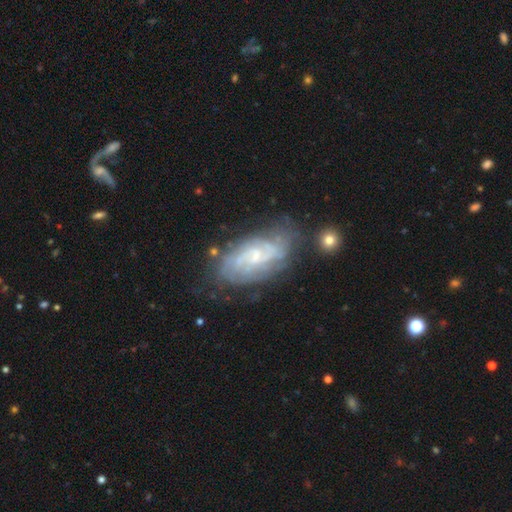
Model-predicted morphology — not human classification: smooth-or-featured: featured or disk: 77% | smooth: 15% | star or artifact: 8%
  disk-edge-on: no: 94% | yes: 6%
    bar: no: 54% | weak: 38% | strong: 7%
    has-spiral-arms: yes: 88% | no: 12%
      spiral-winding: tight: 56% | medium: 33% | loose: 11%
      spiral-arm-count: can't tell: 48% | 2: 22% | 3: 12% | 4: 8% | more than 4: 5% | 1: 4%
    bulge-size: small: 63% | moderate: 25% | none: 8% | large: 2% | dominant: 1%
  merging: none: 66% | minor disturbance: 20% | major disturbance: 9% | merger: 5%